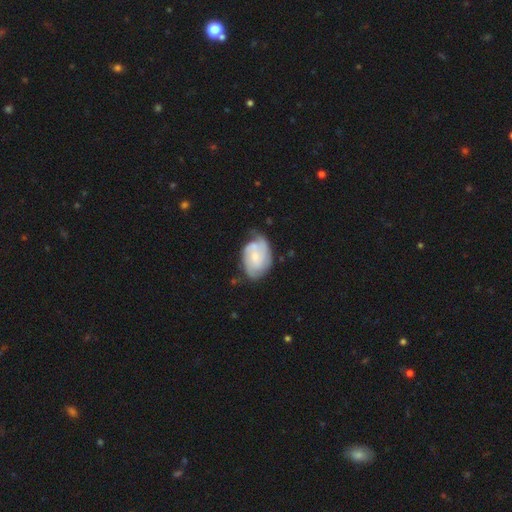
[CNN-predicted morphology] This is likely a featured or disk galaxy (67%). It is clearly not viewed edge-on (97%). Bar: likely no (60%). Spiral arm pattern: clearly yes (88%). Spiral arm count: possibly 2 (48%). Spiral winding: possibly tight (46%). Central bulge: possibly small (58%). Merging: possibly none (48%).